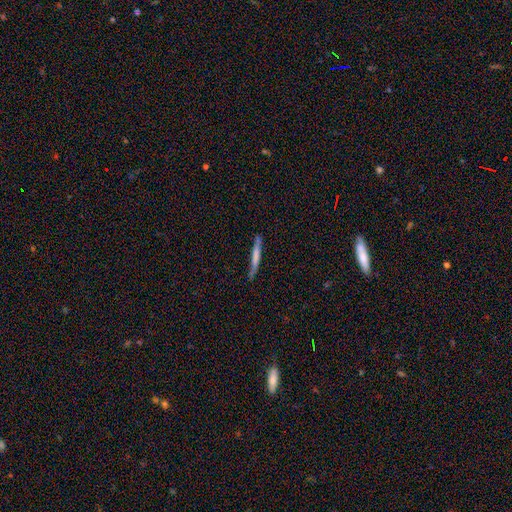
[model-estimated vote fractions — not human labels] Smooth or featured? Predicted: smooth (p=0.62). How rounded? Predicted: cigar-shaped (p=0.96). Merging? Predicted: none (p=0.79).